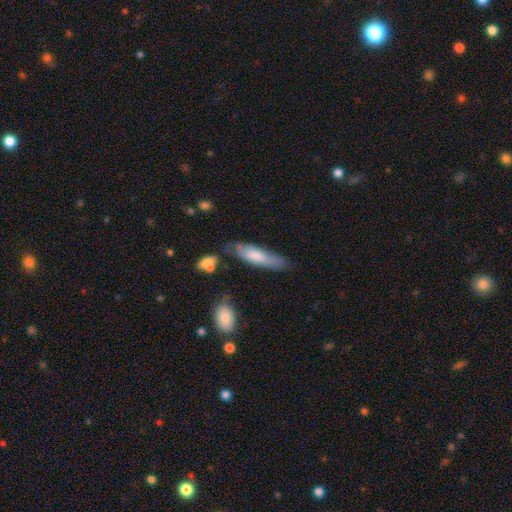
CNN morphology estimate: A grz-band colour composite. It shows a smooth galaxy with no disk features (70%) that is cigar-shaped (64%). Merging: none (59%).